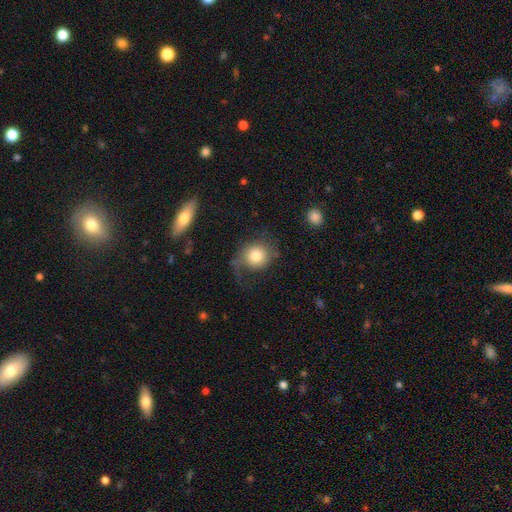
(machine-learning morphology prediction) Smooth or featured? Predicted: smooth (p=0.69). How rounded? Predicted: round (p=0.81). Merging? Predicted: none (p=0.46).